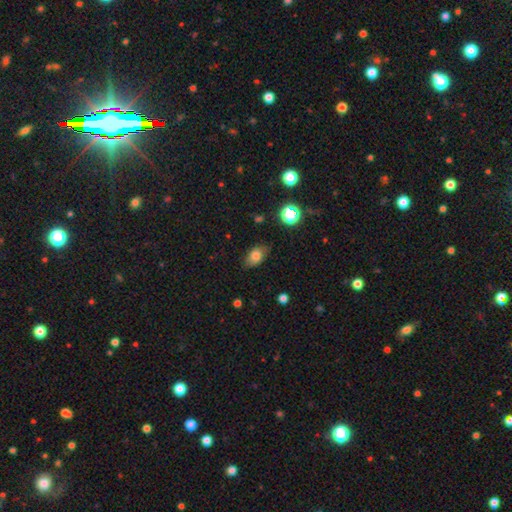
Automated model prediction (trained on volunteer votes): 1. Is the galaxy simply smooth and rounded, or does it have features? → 79% smooth, 11% star or artifact, 10% featured or disk.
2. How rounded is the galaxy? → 85% in between, 13% round, 2% cigar-shaped.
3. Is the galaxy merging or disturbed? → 79% none, 16% minor disturbance, 4% major disturbance, 1% merger.